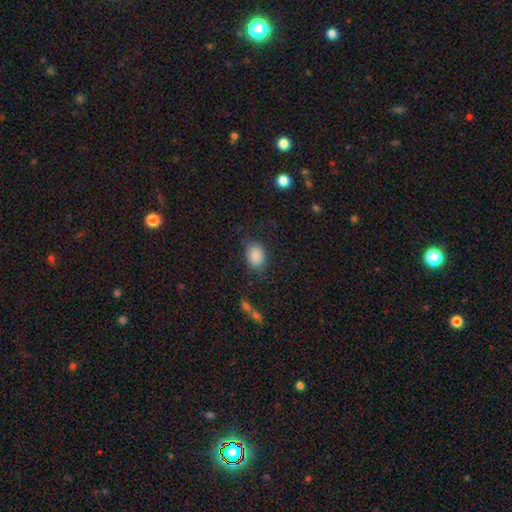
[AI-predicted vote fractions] Smooth or featured: smooth — 86% (star or artifact — 9%)
How rounded: in between — 64% (round — 35%)
Merging: none — 70% (minor disturbance — 21%)